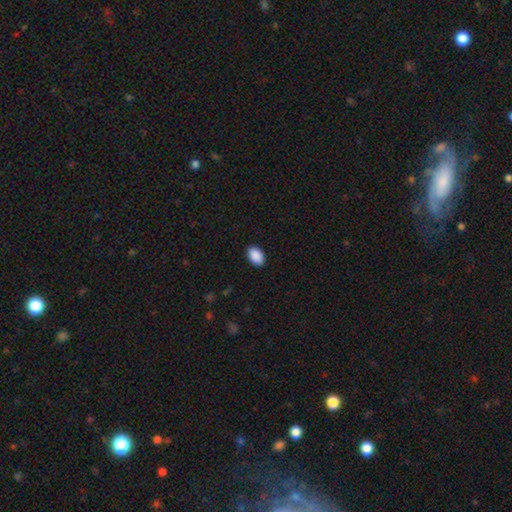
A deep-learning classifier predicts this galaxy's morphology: smooth_or_featured: smooth (p=0.91) [alt: star or artifact p=0.07]
how_rounded: in between (p=0.89) [alt: round p=0.10]
merging: none (p=0.90) [alt: minor disturbance p=0.07]